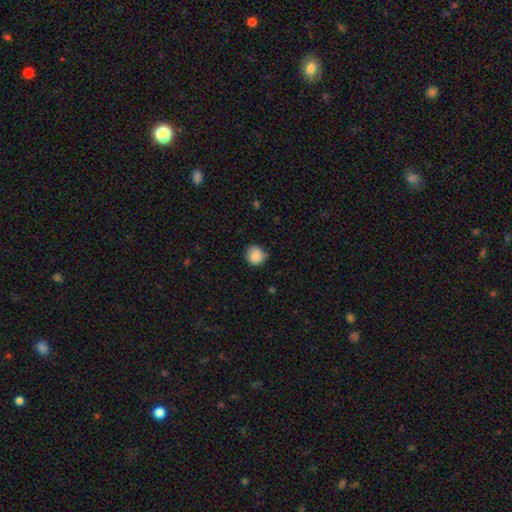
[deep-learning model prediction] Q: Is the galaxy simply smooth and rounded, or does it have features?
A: smooth — 88%.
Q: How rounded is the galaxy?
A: round — 92%.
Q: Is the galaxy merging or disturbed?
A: none — 78%.